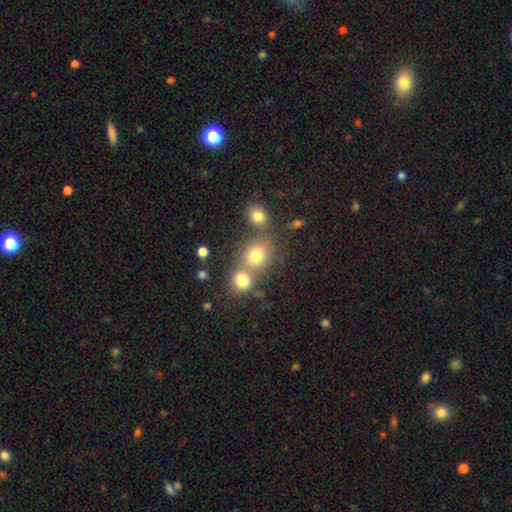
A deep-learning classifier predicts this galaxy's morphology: Overall: smooth (76%). How rounded: round (77%). Merging: none (46%; merger 42%).